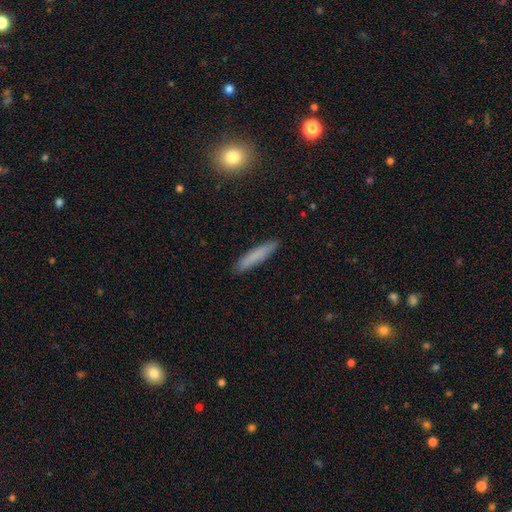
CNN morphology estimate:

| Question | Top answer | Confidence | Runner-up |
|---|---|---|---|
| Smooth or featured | smooth | 79% | featured or disk (14%) |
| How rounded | cigar-shaped | 90% | in between (9%) |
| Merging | none | 89% | minor disturbance (8%) |